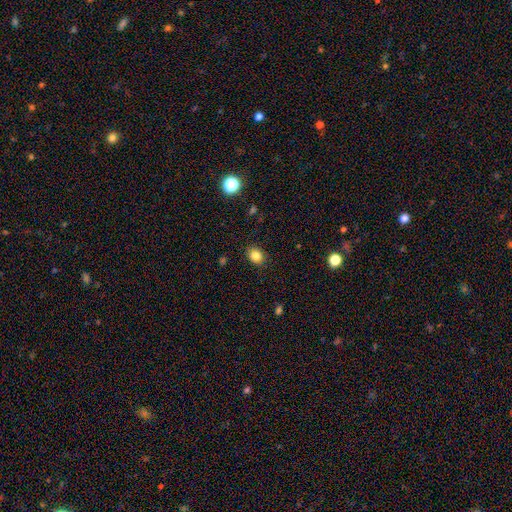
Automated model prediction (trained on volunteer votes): Smooth or featured?
  - smooth: 83% *
  - star or artifact: 11%
  - featured or disk: 5%
How rounded?
  - round: 56% *
  - in between: 43%
  - cigar-shaped: 1%
Merging?
  - none: 88% *
  - minor disturbance: 8%
  - major disturbance: 2%
  - merger: 1%